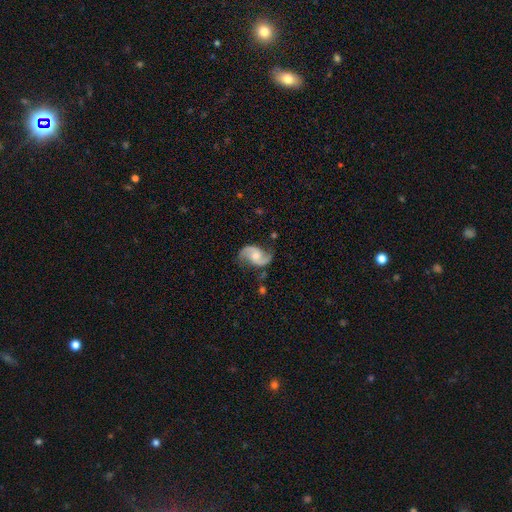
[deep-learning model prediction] featured or disk 88%, smooth 7%, star or artifact 5%. Down the decision tree: edge-on disk — no (98%); bar — no (56%); spiral arms — yes (97%); spiral arm count — 2 (94%); spiral winding — loose (48%); bulge size — moderate (48%); merging — none (77%).